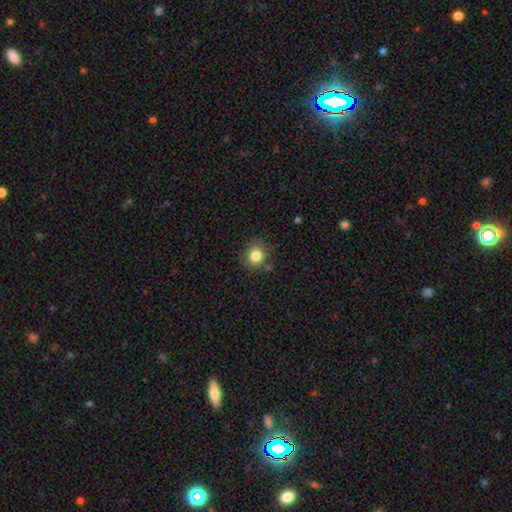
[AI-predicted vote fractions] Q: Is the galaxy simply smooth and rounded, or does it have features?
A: smooth — 83%.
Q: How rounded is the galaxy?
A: round — 84%.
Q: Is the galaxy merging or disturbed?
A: none — 82%.